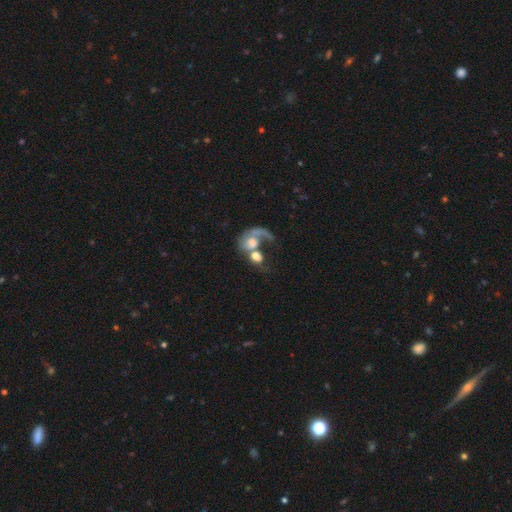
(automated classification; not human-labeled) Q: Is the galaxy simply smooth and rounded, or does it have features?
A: featured or disk — 49%.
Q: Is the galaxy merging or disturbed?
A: merger — 60%.